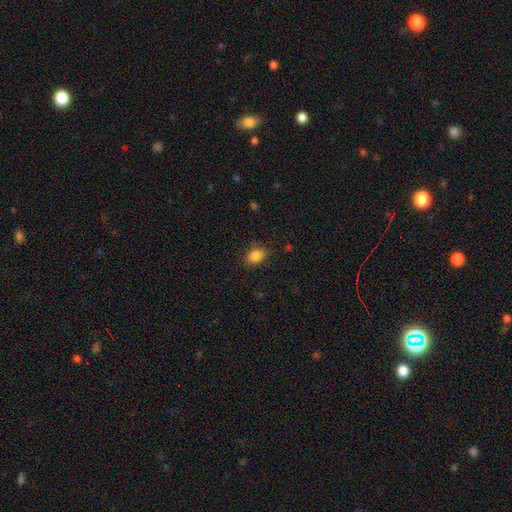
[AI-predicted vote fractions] Overall: smooth (86%). How rounded: in between (74%). Merging: none (83%).